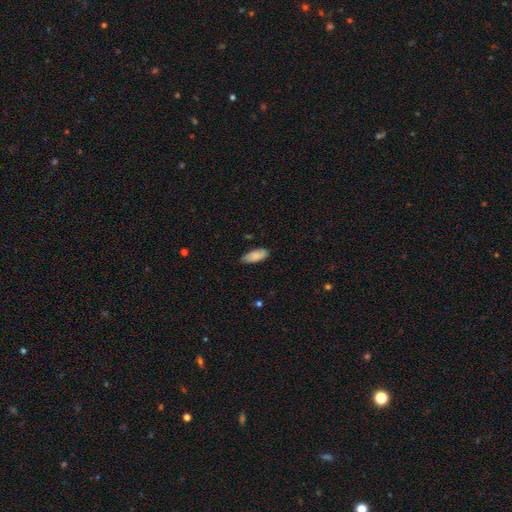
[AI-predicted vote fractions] Smooth or featured: smooth — 81% (featured or disk — 13%)
How rounded: in between — 81% (cigar-shaped — 17%)
Merging: none — 77% (minor disturbance — 19%)